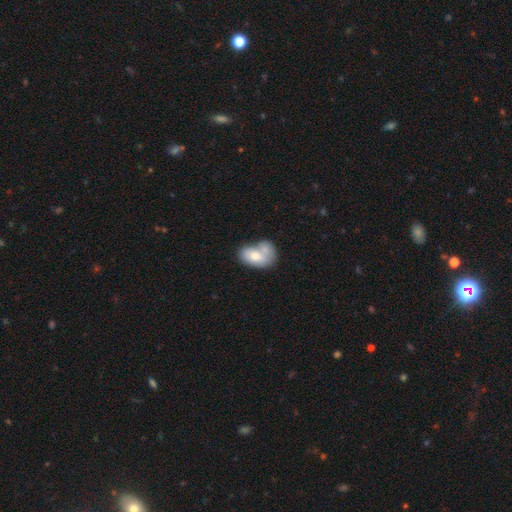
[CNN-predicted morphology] A smooth galaxy with no disk features (70%) that is in between round and cigar-shaped (88%). Merging: merger (49%).